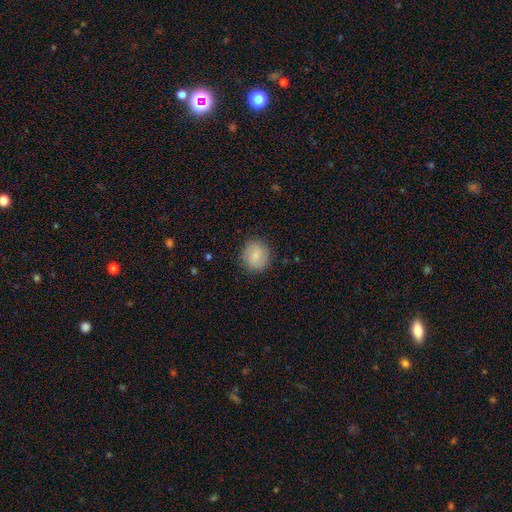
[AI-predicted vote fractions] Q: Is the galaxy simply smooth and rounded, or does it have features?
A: smooth — 83%.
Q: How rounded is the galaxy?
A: round — 86%.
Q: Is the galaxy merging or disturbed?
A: none — 88%.